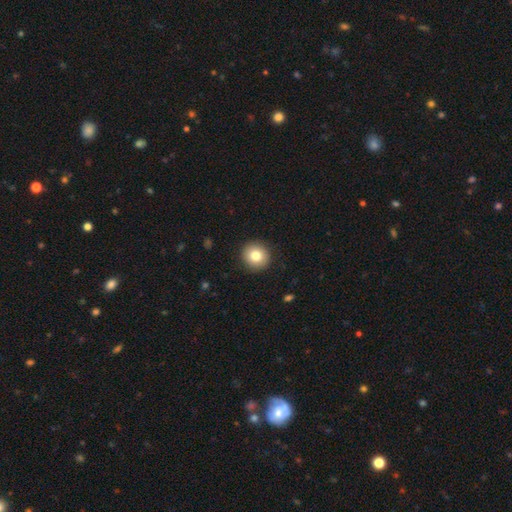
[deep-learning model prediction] This appears to be a smooth galaxy with no disk features (81%) that is round (92%). Merging: none (92%).